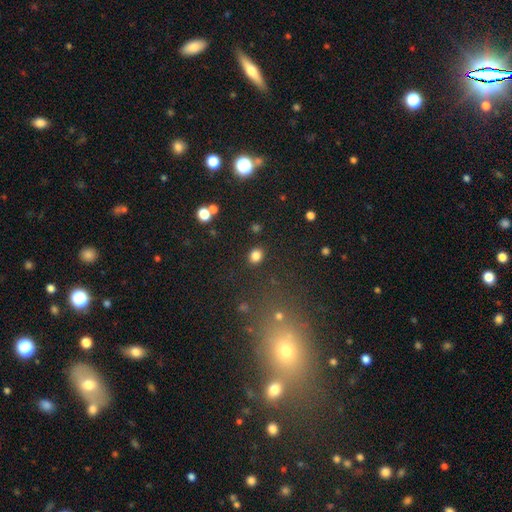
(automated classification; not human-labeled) smooth-or-featured: smooth: 84% | star or artifact: 12% | featured or disk: 5%
  how-rounded: round: 52% | in between: 47% | cigar-shaped: 1%
  merging: none: 88% | minor disturbance: 8% | major disturbance: 3% | merger: 2%